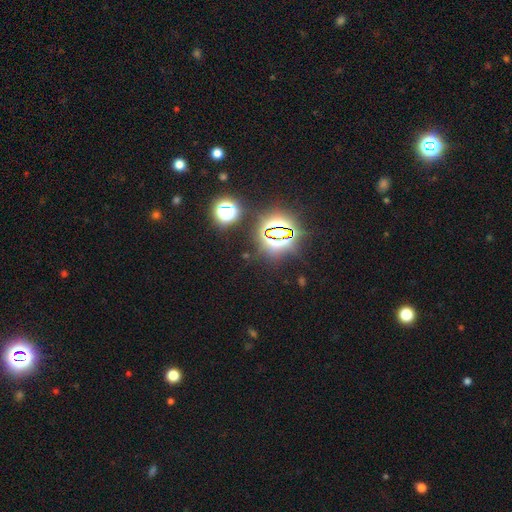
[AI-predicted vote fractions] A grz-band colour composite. It shows a star or artifact, not a galaxy (80%).